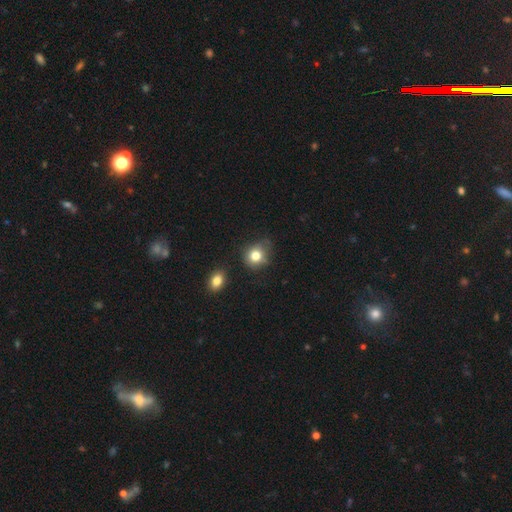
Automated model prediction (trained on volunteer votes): Morphology: type=smooth (79%); roundness=round (73%); merging=none (61%).